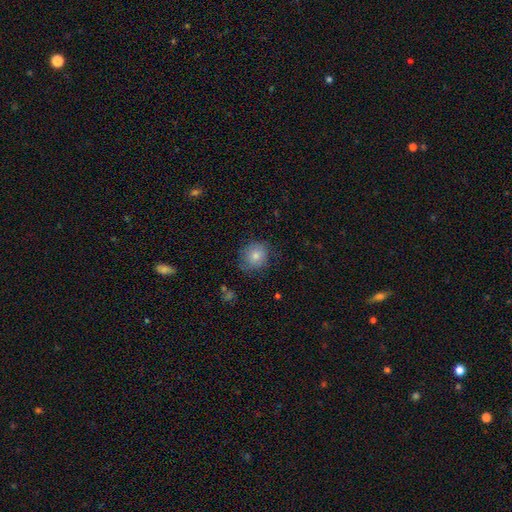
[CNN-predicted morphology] Smooth or featured?
  - smooth: 80% *
  - featured or disk: 11%
  - star or artifact: 9%
How rounded?
  - round: 84% *
  - in between: 15%
  - cigar-shaped: 1%
Merging?
  - none: 76% *
  - minor disturbance: 18%
  - major disturbance: 5%
  - merger: 1%